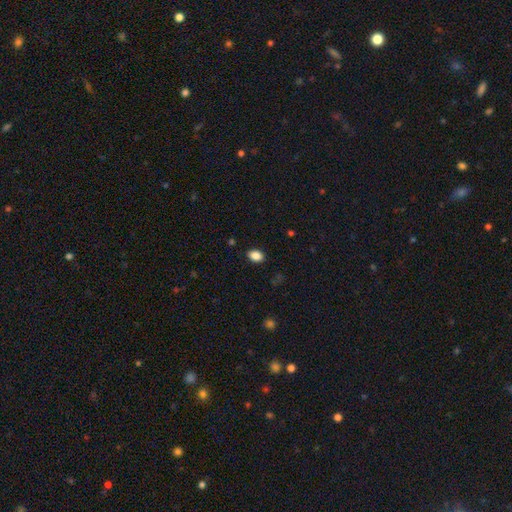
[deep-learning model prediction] Morphology: type=smooth (87%); roundness=in between (83%); merging=none (88%).